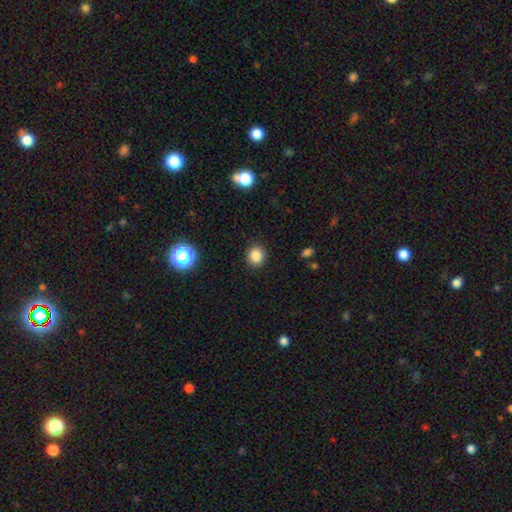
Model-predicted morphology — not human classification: type=smooth (85%); roundness=round (80%); merging=none (90%).